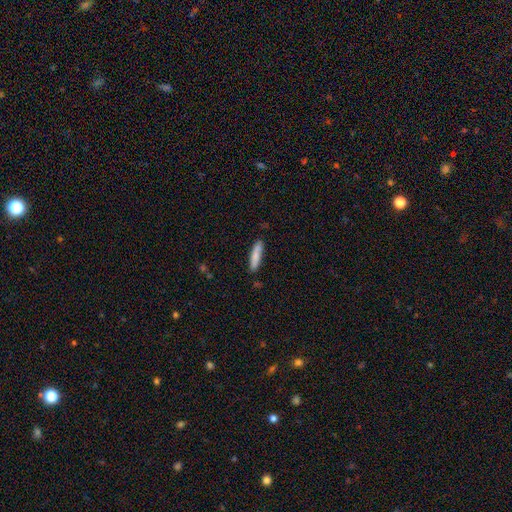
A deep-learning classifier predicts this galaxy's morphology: The model was most divided on "how rounded": cigar-shaped: 82%, in between: 16%, round: 1%. More confident: merging — none (84%); smooth or featured — smooth (83%).